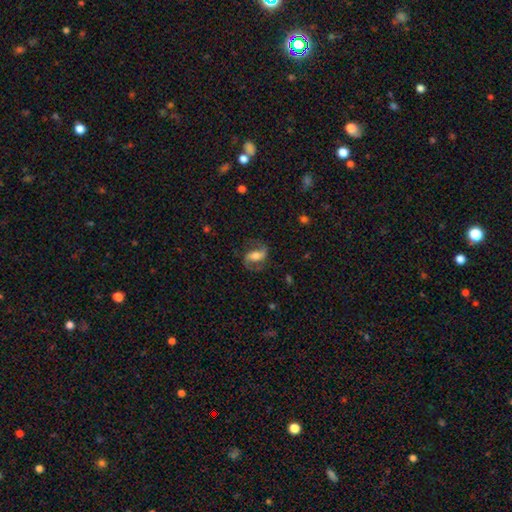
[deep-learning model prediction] This appears to be a featured or disk galaxy (71%) with a strong bar (41%), 2 (90%) loose (47%) spiral arms (91%) and a moderate central bulge (47%). Merging: none (72%).